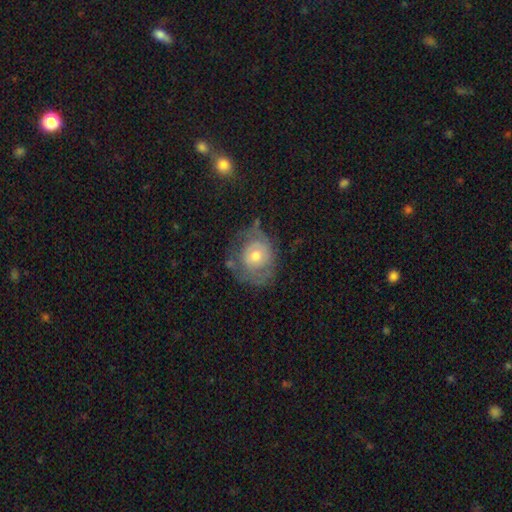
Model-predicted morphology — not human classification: A featured or disk galaxy (57%) with no bar (82%), spiral arms (59%) and a moderate central bulge (67%). Merging: none (53%).